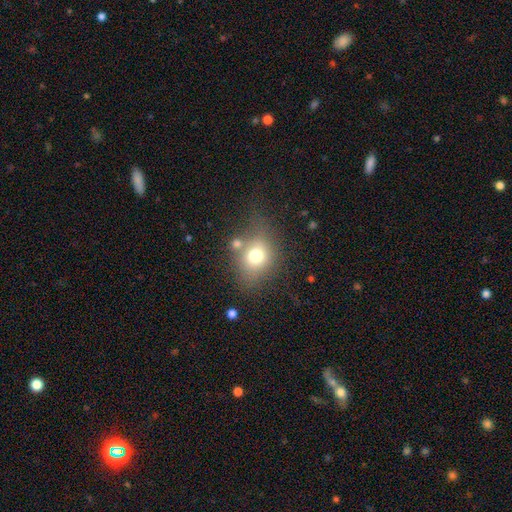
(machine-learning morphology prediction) Smooth or featured? Predicted: smooth (p=0.71). How rounded? Predicted: round (p=0.59). Merging? Predicted: none (p=0.52).